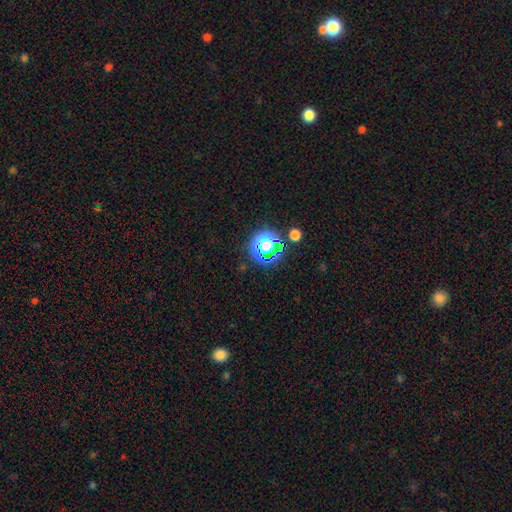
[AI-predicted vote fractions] Smooth or featured?
  - star or artifact: 73% *
  - smooth: 20%
  - featured or disk: 7%